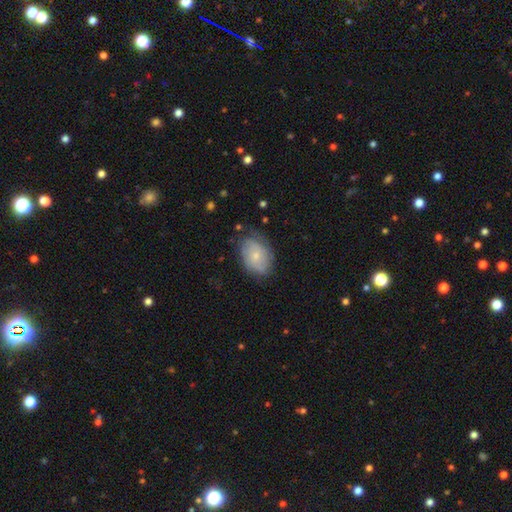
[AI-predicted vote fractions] A smooth galaxy with no disk features (61%) that is in between round and cigar-shaped (81%). Merging: none (65%).